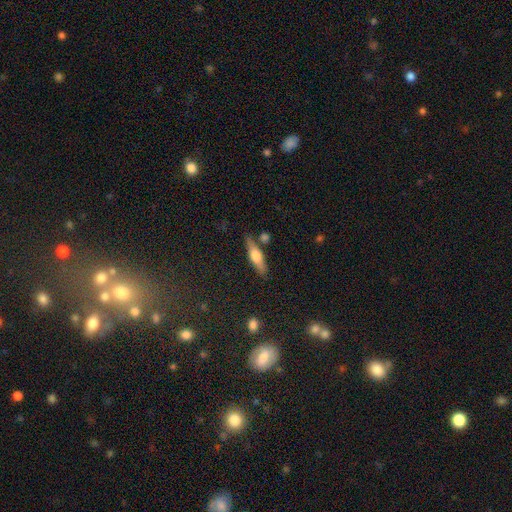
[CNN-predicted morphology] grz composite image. It shows a smooth galaxy with no disk features (48%). Merging: none (78%).